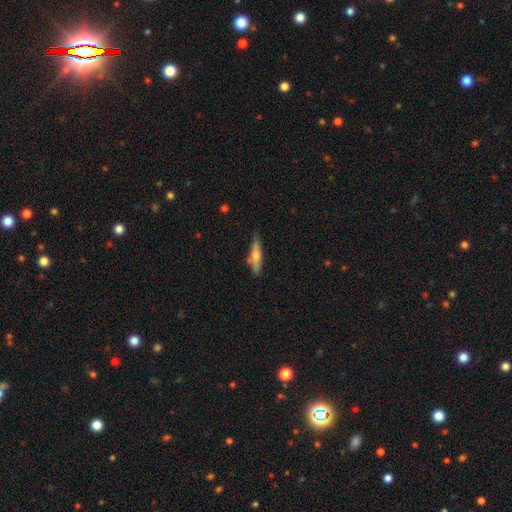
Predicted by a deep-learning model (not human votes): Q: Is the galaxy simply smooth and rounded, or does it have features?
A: smooth — 61%.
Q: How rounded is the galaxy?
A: cigar-shaped — 78%.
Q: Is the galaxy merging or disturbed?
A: none — 74%.